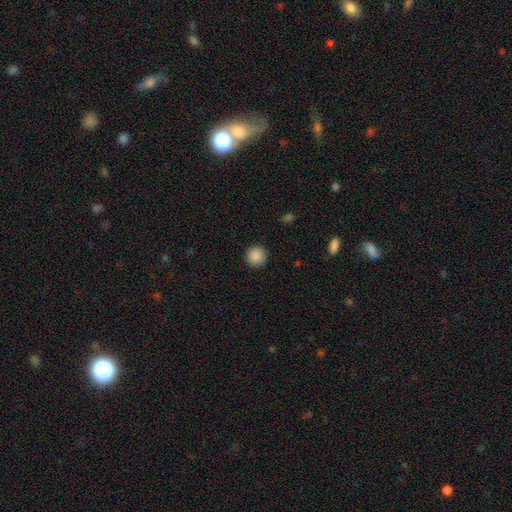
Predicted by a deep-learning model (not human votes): Smooth or featured? smooth (89%)
How rounded? round (95%)
Merging? none (92%)